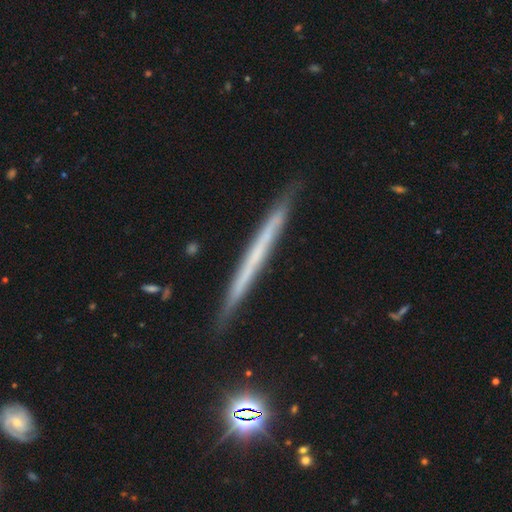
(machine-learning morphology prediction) The model was most divided on "smooth or featured": featured or disk: 56%, smooth: 36%, star or artifact: 7%. More confident: edge-on disk — yes (97%); edge-on bulge — none (93%); merging — none (88%).